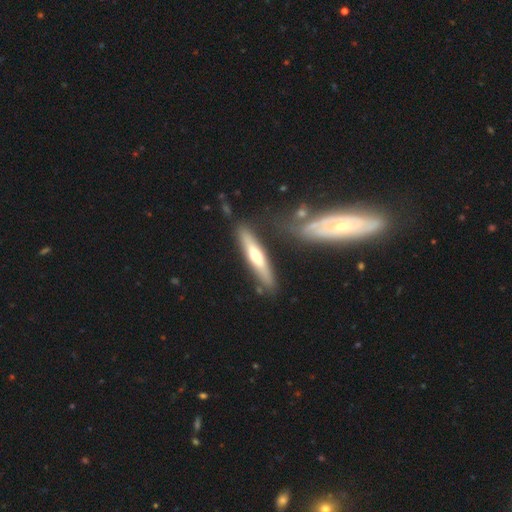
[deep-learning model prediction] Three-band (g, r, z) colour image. It shows a featured or disk galaxy (51%) viewed edge-on (87%). Merging: none (78%).